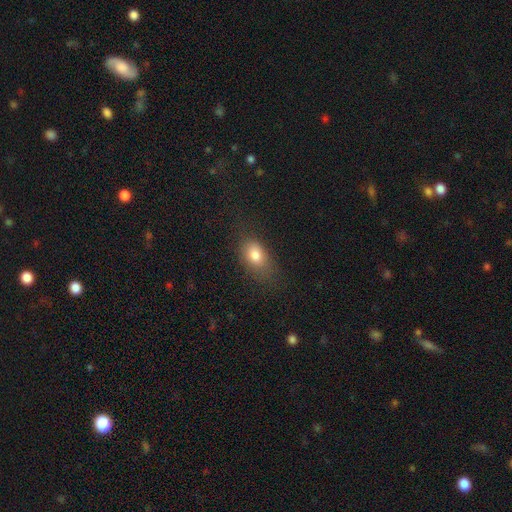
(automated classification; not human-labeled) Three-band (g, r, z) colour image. It shows a smooth galaxy with no disk features (80%) that is in between round and cigar-shaped (81%). Merging: none (70%).